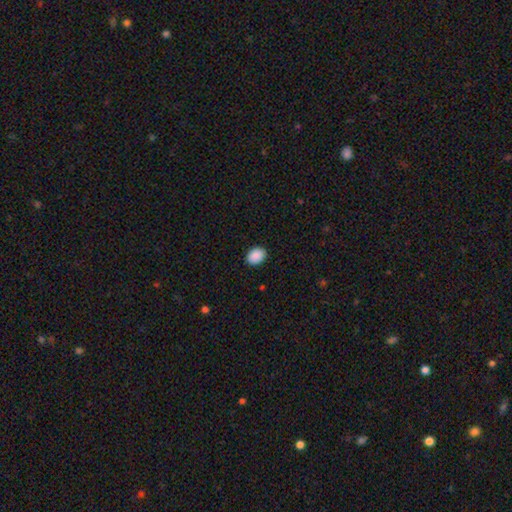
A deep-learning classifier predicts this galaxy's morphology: Smooth or featured?
  - smooth: 90% *
  - star or artifact: 7%
  - featured or disk: 2%
How rounded?
  - in between: 70% *
  - round: 30%
  - cigar-shaped: 1%
Merging?
  - none: 90% *
  - minor disturbance: 7%
  - major disturbance: 2%
  - merger: 1%